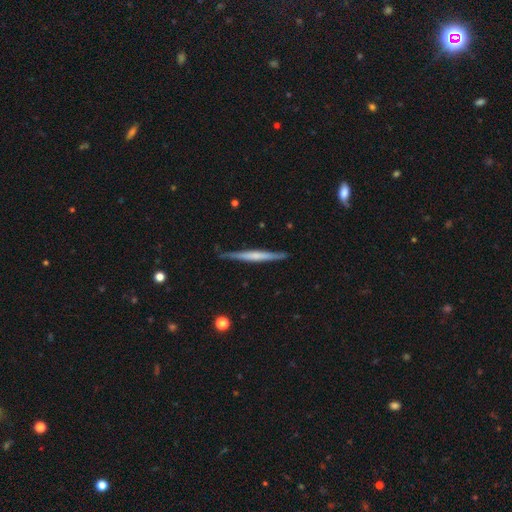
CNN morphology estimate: A featured or disk galaxy (57%) viewed edge-on (97%) with no central bulge (53%).

Vote fractions:
- Smooth or featured? featured or disk: 57% / smooth: 37% / star or artifact: 5%
- Edge-on disk? yes: 97% / no: 3%
- Edge-on bulge? none: 53% / rounded: 30% / boxy: 18%
- Merging? none: 85% / minor disturbance: 11% / major disturbance: 2% / merger: 1%